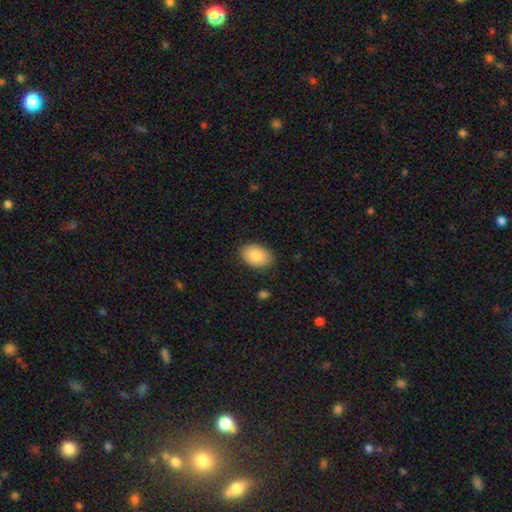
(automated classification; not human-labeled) Morphology: type=smooth (87%); roundness=in between (87%); merging=none (85%).